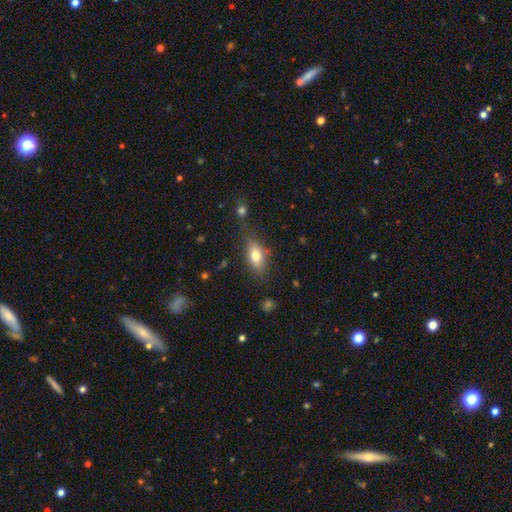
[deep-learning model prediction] Smooth or featured? smooth (73%)
How rounded? in between (82%)
Merging? none (72%)